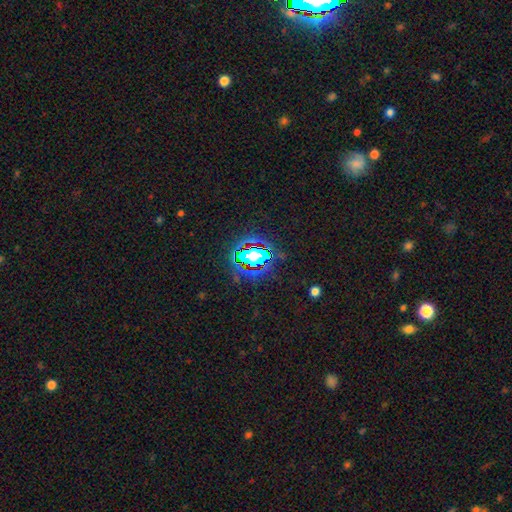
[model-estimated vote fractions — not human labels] Smooth or featured? star or artifact (64%)